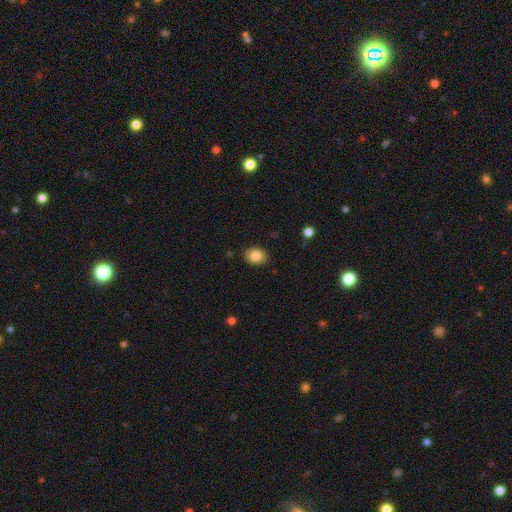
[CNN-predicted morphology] smooth_or_featured: smooth (p=0.85) [alt: star or artifact p=0.09]
how_rounded: in between (p=0.62) [alt: round p=0.37]
merging: none (p=0.87) [alt: minor disturbance p=0.09]